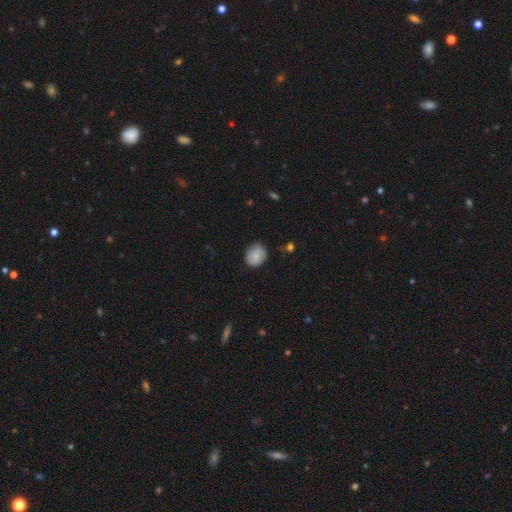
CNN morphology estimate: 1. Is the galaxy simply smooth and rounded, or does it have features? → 74% smooth, 19% featured or disk, 7% star or artifact.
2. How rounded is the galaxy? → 62% round, 37% in between, 1% cigar-shaped.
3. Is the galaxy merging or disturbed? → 74% none, 21% minor disturbance, 4% major disturbance, 1% merger.